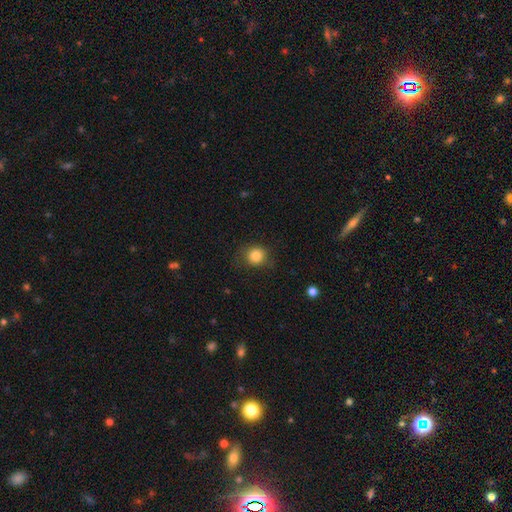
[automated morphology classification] Smooth or featured? smooth (84%)
How rounded? round (85%)
Merging? none (77%)